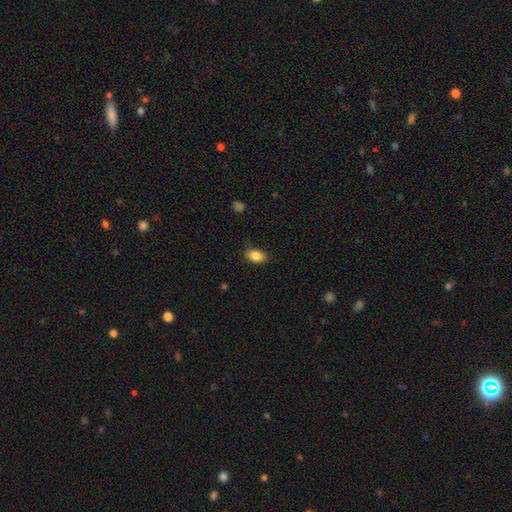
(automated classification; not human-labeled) Smooth or featured: smooth — 85% (star or artifact — 8%)
How rounded: in between — 85% (round — 13%)
Merging: none — 81% (minor disturbance — 15%)